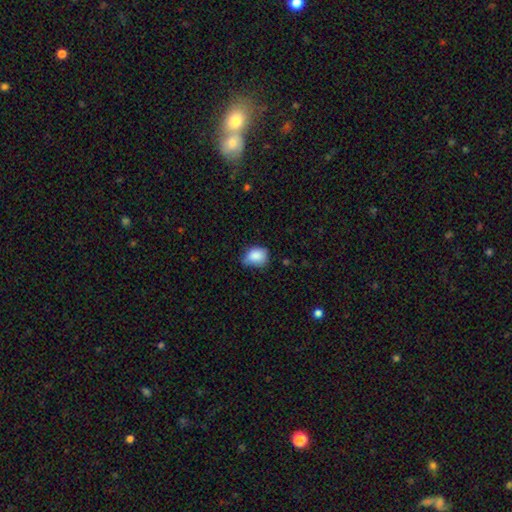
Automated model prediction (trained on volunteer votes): The model was most divided on "how rounded": in between: 51%, round: 48%, cigar-shaped: 1%. Remaining: smooth or featured — smooth (85%); merging — none (50%).